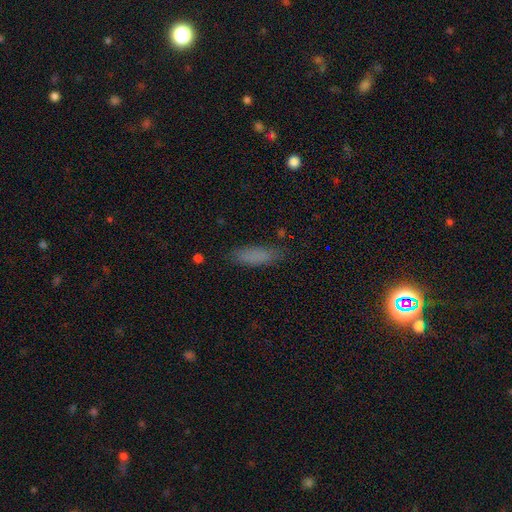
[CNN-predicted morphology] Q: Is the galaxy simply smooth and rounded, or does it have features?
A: smooth — 82%.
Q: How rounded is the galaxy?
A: in between — 49%, tied with cigar-shaped.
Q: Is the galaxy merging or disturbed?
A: none — 81%.